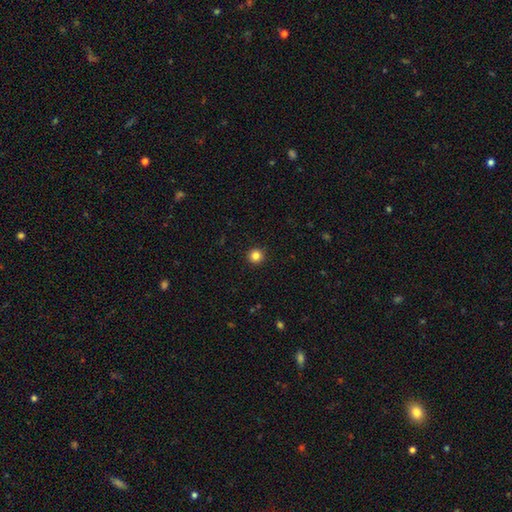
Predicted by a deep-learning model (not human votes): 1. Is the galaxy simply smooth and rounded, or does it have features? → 84% smooth, 12% star or artifact, 4% featured or disk.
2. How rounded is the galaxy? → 95% round, 4% in between, 1% cigar-shaped.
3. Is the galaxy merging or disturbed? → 93% none, 4% minor disturbance, 2% major disturbance, 1% merger.